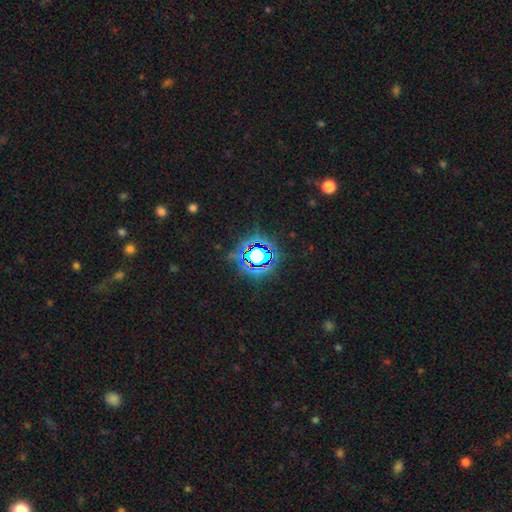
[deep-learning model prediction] smooth-or-featured: star or artifact: 73% | smooth: 15% | featured or disk: 11%